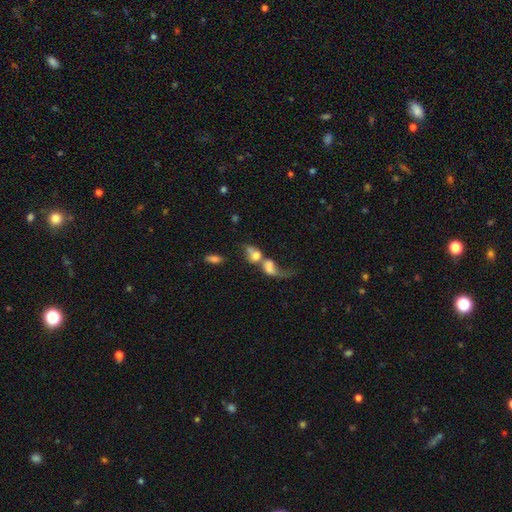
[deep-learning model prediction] This is possibly a smooth galaxy (56%). How rounded: likely in between (62%). Merging: likely merger (71%).